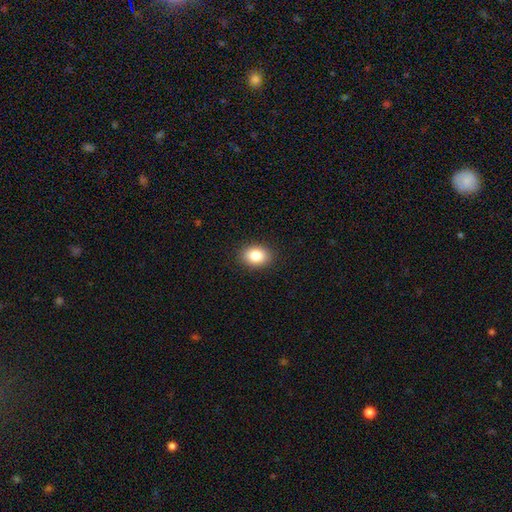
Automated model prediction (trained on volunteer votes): smooth 85%, star or artifact 9%, featured or disk 6%. Down the decision tree: how rounded — in between (65%); merging — none (89%).